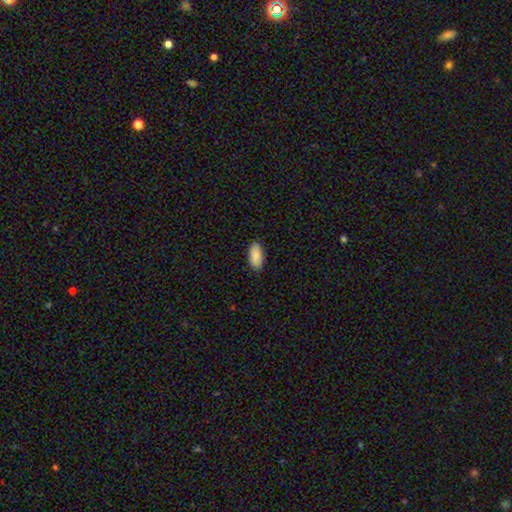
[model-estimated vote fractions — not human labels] The model was most divided on "merging": none: 88%, minor disturbance: 9%, major disturbance: 2%, merger: 1%. More confident: how rounded — in between (91%); smooth or featured — smooth (88%).